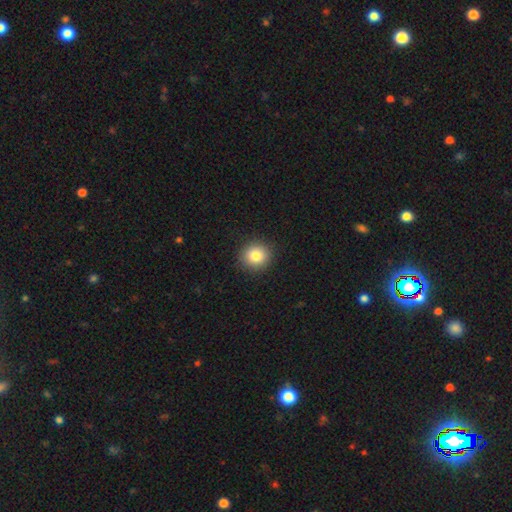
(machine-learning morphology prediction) A smooth galaxy with no disk features (82%) that is round (89%).

Vote fractions:
- Smooth or featured? smooth: 82% / star or artifact: 10% / featured or disk: 7%
- How rounded? round: 89% / in between: 10% / cigar-shaped: 1%
- Merging? none: 91% / minor disturbance: 6% / major disturbance: 2% / merger: 1%